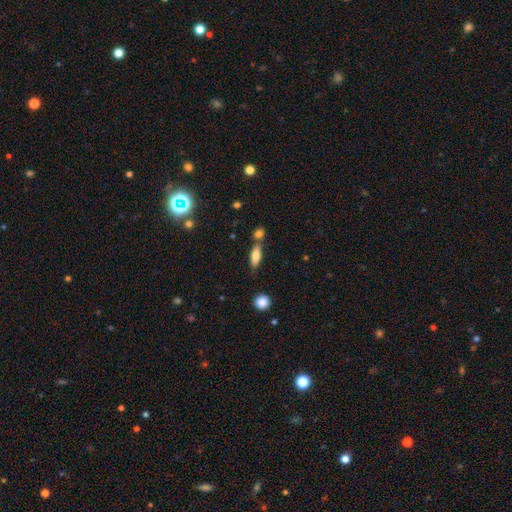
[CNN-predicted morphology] This appears to be a smooth galaxy with no disk features (76%) that is in between round and cigar-shaped (67%). Merging: none (62%).